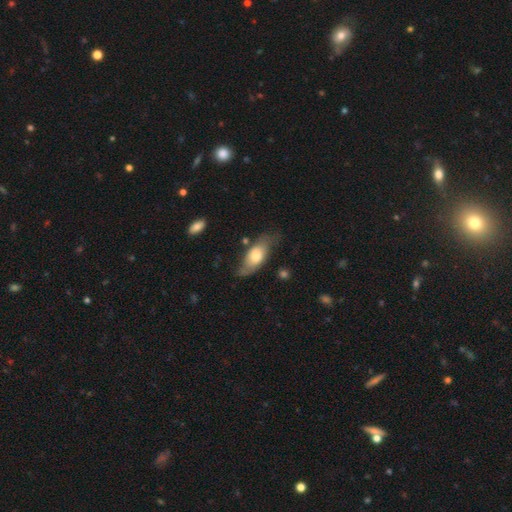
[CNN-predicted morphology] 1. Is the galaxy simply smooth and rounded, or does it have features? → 58% smooth, 36% featured or disk, 6% star or artifact.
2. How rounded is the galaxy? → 84% in between, 12% cigar-shaped, 4% round.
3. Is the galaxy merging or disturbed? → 59% none, 27% minor disturbance, 11% major disturbance, 3% merger.